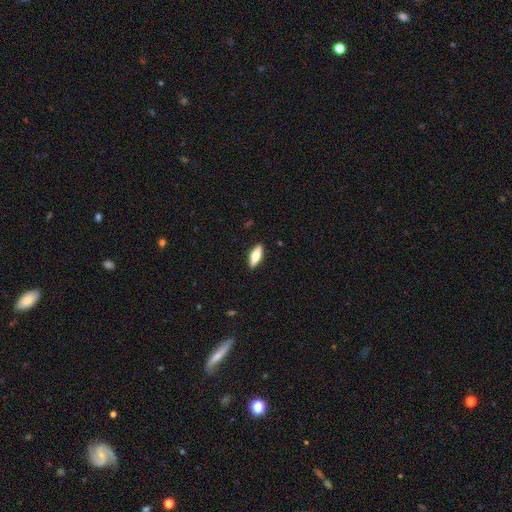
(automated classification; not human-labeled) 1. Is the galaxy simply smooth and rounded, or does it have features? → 58% smooth, 36% featured or disk, 6% star or artifact.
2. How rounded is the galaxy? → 59% in between, 38% cigar-shaped, 3% round.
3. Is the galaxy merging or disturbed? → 90% none, 7% minor disturbance, 2% major disturbance, 1% merger.